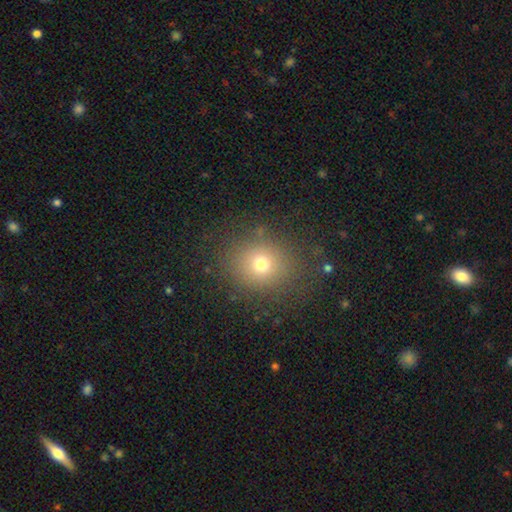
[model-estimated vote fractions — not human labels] smooth_or_featured: smooth (p=0.64) [alt: star or artifact p=0.28]
how_rounded: round (p=0.82) [alt: in between p=0.17]
merging: none (p=0.90) [alt: minor disturbance p=0.07]